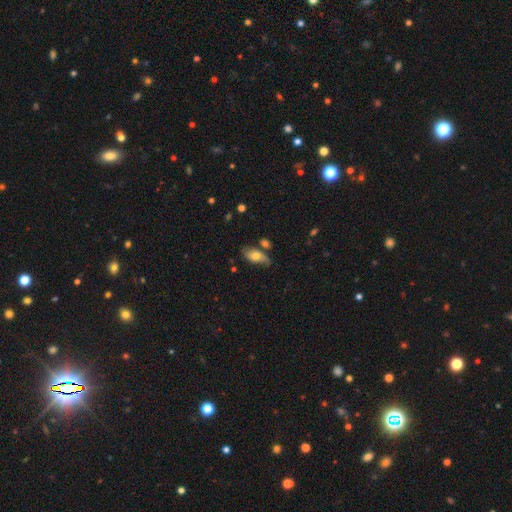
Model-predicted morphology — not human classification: Smooth or featured? Predicted: smooth (p=0.60). How rounded? Predicted: in between (p=0.86). Merging? Predicted: none (p=0.53).